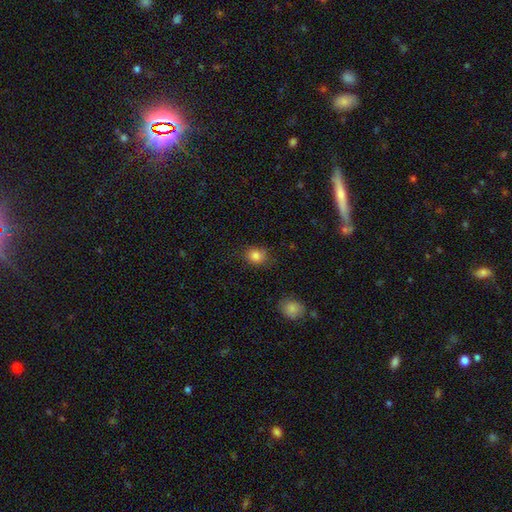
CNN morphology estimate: This appears to be a smooth galaxy with no disk features (83%) that is round (68%). Merging: none (80%).